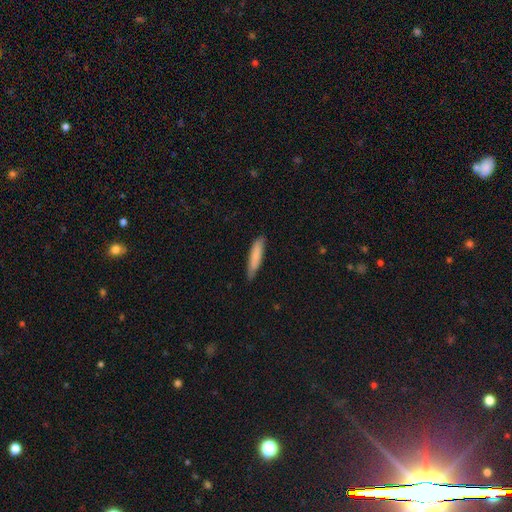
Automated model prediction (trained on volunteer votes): Smooth or featured?
  - smooth: 81% *
  - featured or disk: 14%
  - star or artifact: 6%
How rounded?
  - cigar-shaped: 85% *
  - in between: 14%
  - round: 1%
Merging?
  - none: 79% *
  - minor disturbance: 17%
  - major disturbance: 2%
  - merger: 1%